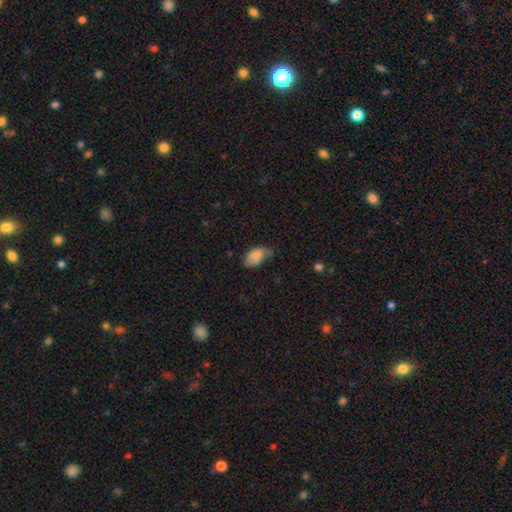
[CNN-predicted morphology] Smooth or featured?
  - smooth: 81% *
  - featured or disk: 11%
  - star or artifact: 8%
How rounded?
  - in between: 92% *
  - round: 6%
  - cigar-shaped: 2%
Merging?
  - minor disturbance: 43% *
  - none: 38%
  - major disturbance: 15%
  - merger: 4%